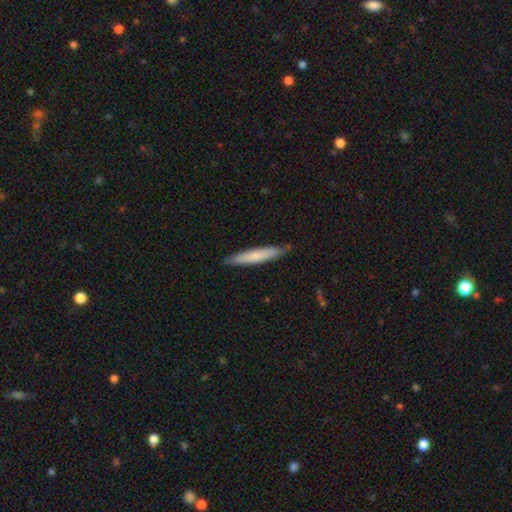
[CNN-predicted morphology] Smooth or featured?
  - smooth: 71% *
  - featured or disk: 23%
  - star or artifact: 5%
How rounded?
  - cigar-shaped: 92% *
  - in between: 6%
  - round: 1%
Merging?
  - none: 86% *
  - minor disturbance: 11%
  - major disturbance: 2%
  - merger: 1%